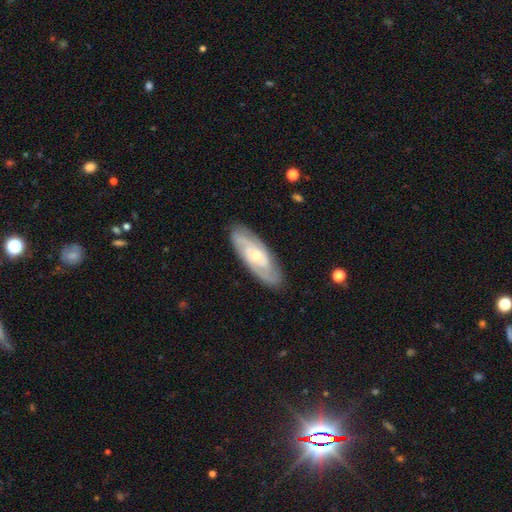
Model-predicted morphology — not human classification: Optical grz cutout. It shows a featured or disk galaxy (81%) with no bar (68%), 2 (49%) tight (61%) spiral arms (93%) and a small central bulge (52%). Merging: none (84%).